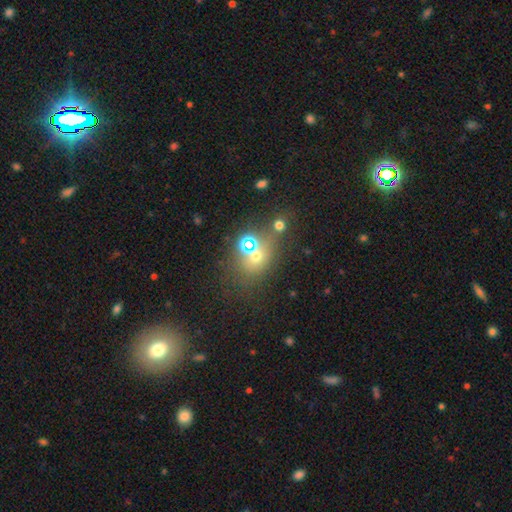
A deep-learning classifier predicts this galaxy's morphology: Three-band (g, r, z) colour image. It shows a smooth galaxy with no disk features (53%) that is round (60%). Merging: none (49%).